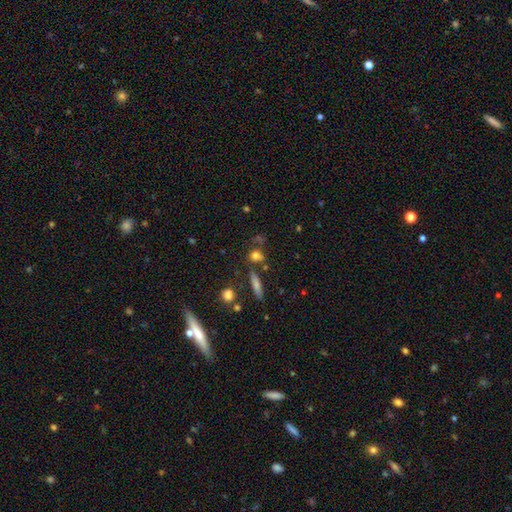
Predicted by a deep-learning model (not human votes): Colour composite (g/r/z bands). It shows a smooth galaxy with no disk features (73%) that is round (58%). Merging: none (64%).